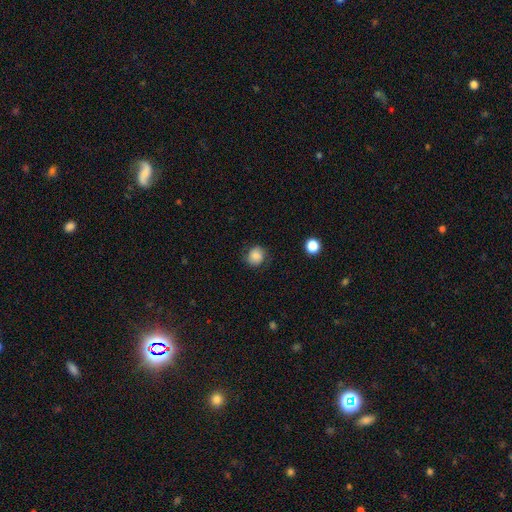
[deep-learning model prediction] smooth_or_featured: smooth (p=0.77) [alt: featured or disk p=0.13]
how_rounded: round (p=0.80) [alt: in between p=0.19]
merging: none (p=0.76) [alt: minor disturbance p=0.17]